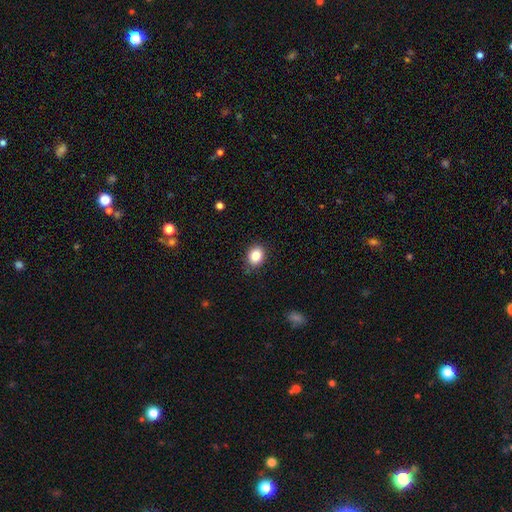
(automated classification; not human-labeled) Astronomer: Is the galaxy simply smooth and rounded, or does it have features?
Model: smooth — 85%.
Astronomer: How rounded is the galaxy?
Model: round — 53% (runner-up: in between, 46%).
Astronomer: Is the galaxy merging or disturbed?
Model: none — 86%.